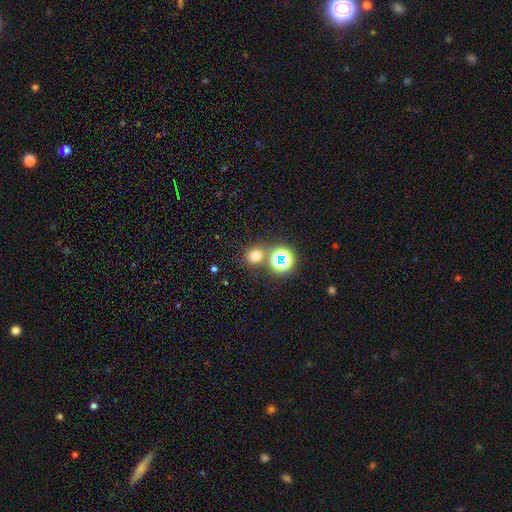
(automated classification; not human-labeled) This appears to be a smooth galaxy with no disk features (65%) that is round (80%). Merging: none (73%).